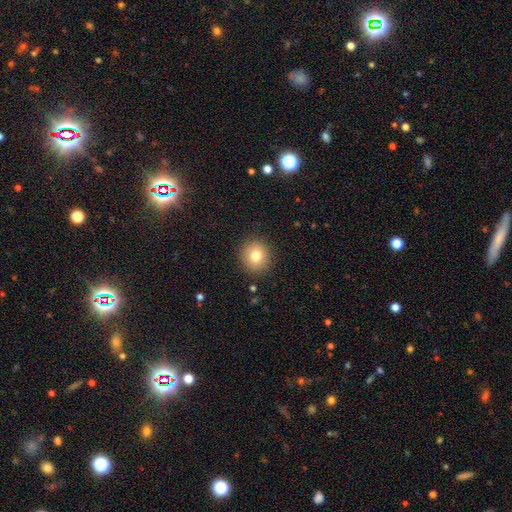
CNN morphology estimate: A smooth galaxy with no disk features (79%) that is round (90%).

Vote fractions:
- Smooth or featured? smooth: 79% / star or artifact: 11% / featured or disk: 10%
- How rounded? round: 90% / in between: 9% / cigar-shaped: 1%
- Merging? none: 90% / minor disturbance: 7% / major disturbance: 2% / merger: 1%